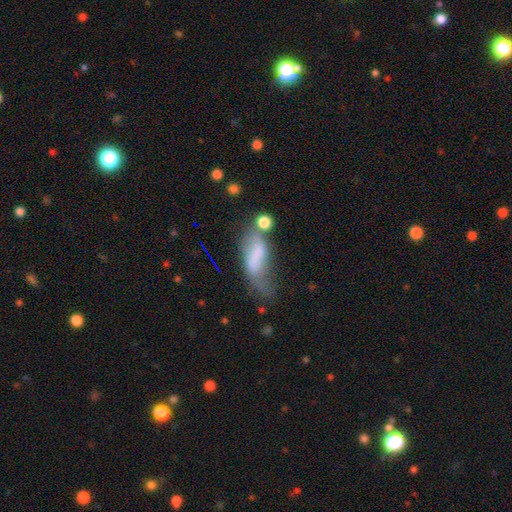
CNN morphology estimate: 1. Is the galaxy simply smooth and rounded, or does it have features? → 55% smooth, 35% featured or disk, 11% star or artifact.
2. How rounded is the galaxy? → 69% in between, 27% cigar-shaped, 4% round.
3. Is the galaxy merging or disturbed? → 31% major disturbance, 25% minor disturbance, 23% none, 20% merger.